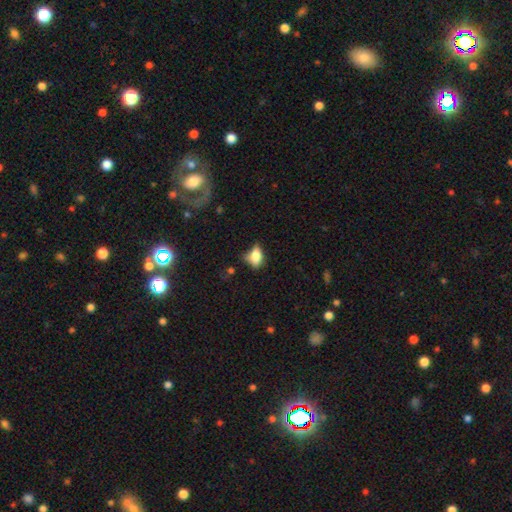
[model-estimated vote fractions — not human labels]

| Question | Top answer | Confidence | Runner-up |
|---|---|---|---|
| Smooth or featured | smooth | 76% | featured or disk (14%) |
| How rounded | in between | 81% | round (14%) |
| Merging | none | 40% | minor disturbance (36%) |